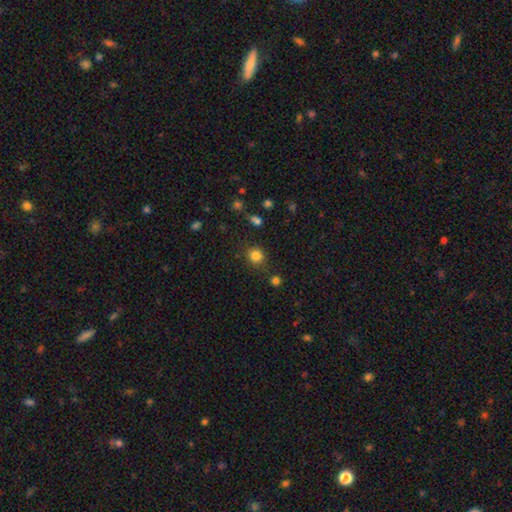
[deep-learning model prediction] Morphology: type=smooth (82%); roundness=round (88%); merging=none (84%).